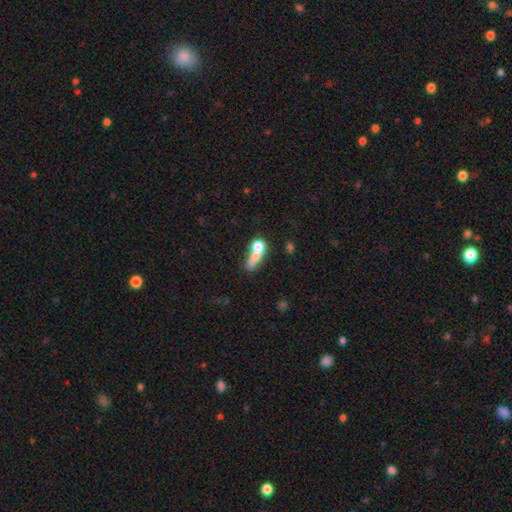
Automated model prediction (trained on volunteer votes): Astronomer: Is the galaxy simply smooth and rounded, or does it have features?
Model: smooth — 61%.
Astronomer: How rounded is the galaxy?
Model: in between — 43% (runner-up: round, 34%).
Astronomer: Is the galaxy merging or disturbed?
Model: merger — 55%.